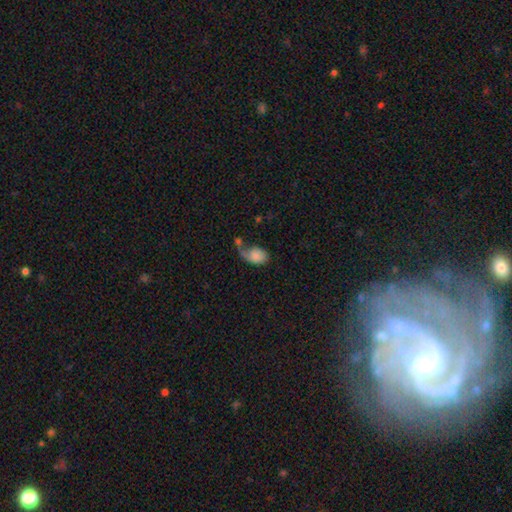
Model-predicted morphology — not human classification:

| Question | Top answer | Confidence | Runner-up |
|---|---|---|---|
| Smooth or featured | smooth | 68% | featured or disk (24%) |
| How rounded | in between | 78% | round (20%) |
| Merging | major disturbance | 32% | none (25%) |